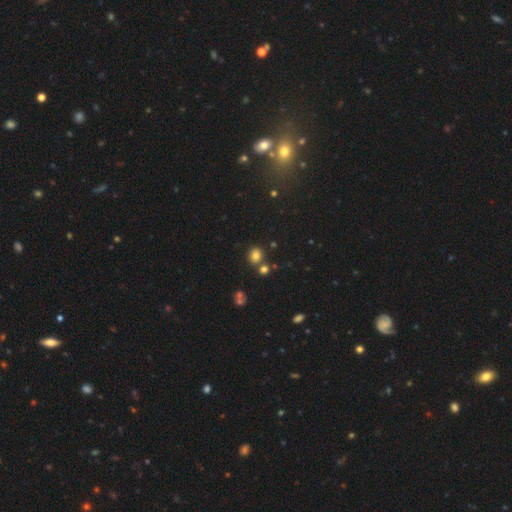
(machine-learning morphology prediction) type=smooth (77%); roundness=round (72%); merging=none (71%).